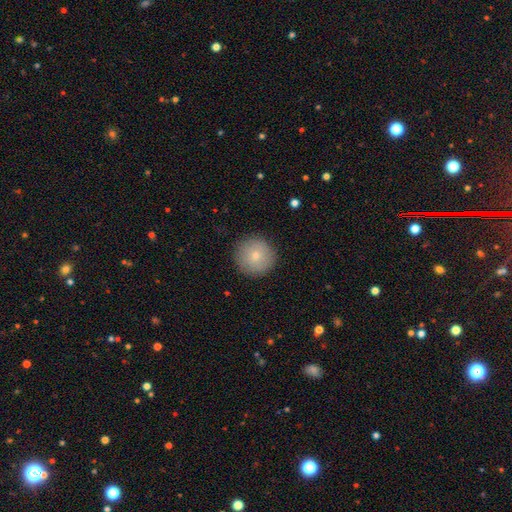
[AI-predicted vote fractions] The model was most divided on "smooth or featured": smooth: 78%, featured or disk: 14%, star or artifact: 8%. More confident: how rounded — round (96%); merging — none (89%).